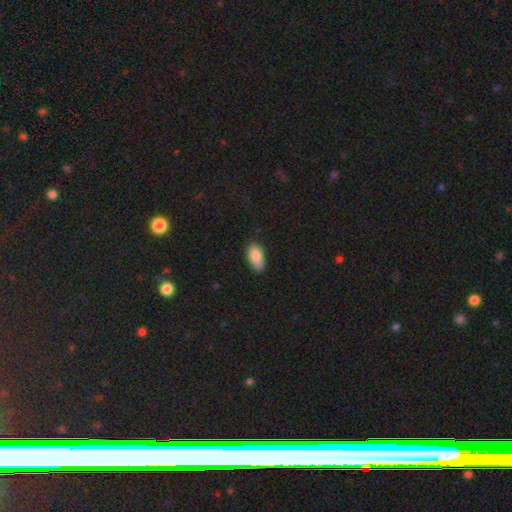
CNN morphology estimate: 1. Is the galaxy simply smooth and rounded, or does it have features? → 85% smooth, 9% featured or disk, 7% star or artifact.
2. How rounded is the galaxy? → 92% in between, 5% cigar-shaped, 3% round.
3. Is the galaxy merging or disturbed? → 79% none, 17% minor disturbance, 3% major disturbance, 1% merger.